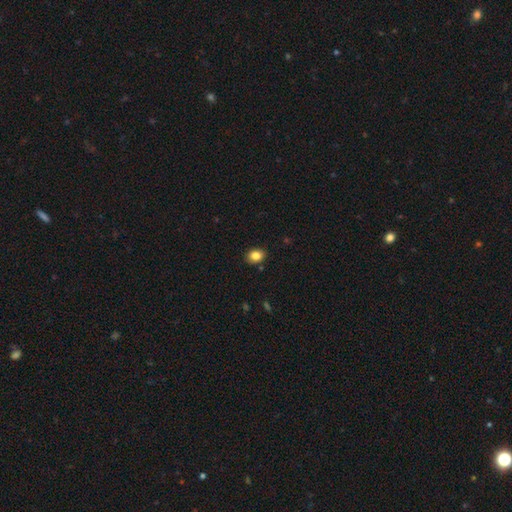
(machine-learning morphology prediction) The model was most divided on "how rounded": in between: 62%, round: 37%, cigar-shaped: 1%. More confident: merging — none (87%); smooth or featured — smooth (84%).